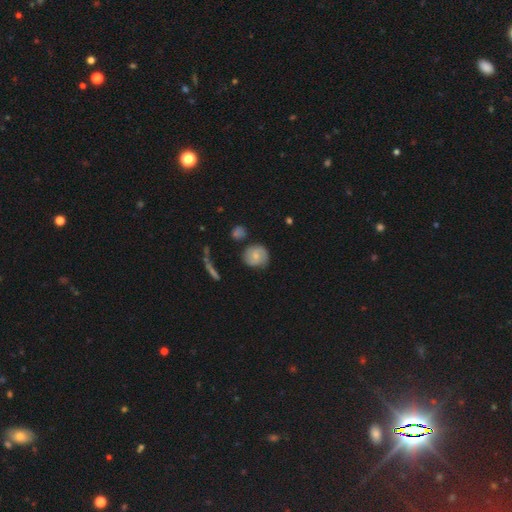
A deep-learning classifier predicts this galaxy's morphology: Smooth or featured: smooth — 49% (featured or disk — 44%)
Merging: none — 73% (minor disturbance — 18%)